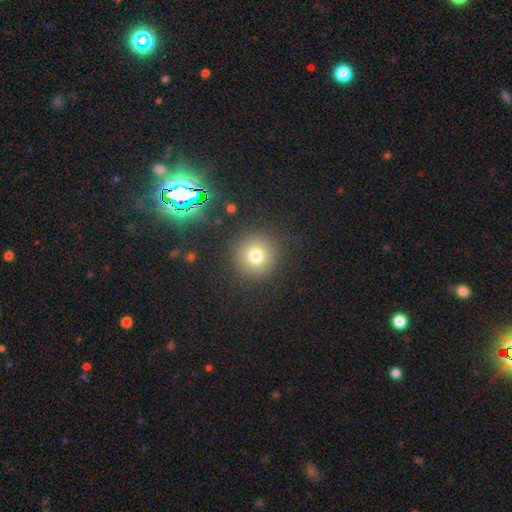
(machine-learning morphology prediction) smooth-or-featured: smooth: 74% | star or artifact: 16% | featured or disk: 9%
  how-rounded: round: 94% | in between: 5% | cigar-shaped: 1%
  merging: none: 89% | minor disturbance: 6% | major disturbance: 3% | merger: 2%